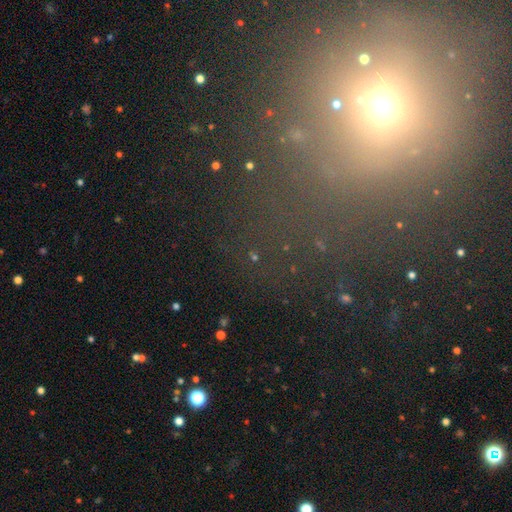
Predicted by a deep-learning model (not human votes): The model was most divided on "smooth or featured": star or artifact: 64%, smooth: 21%, featured or disk: 15%.